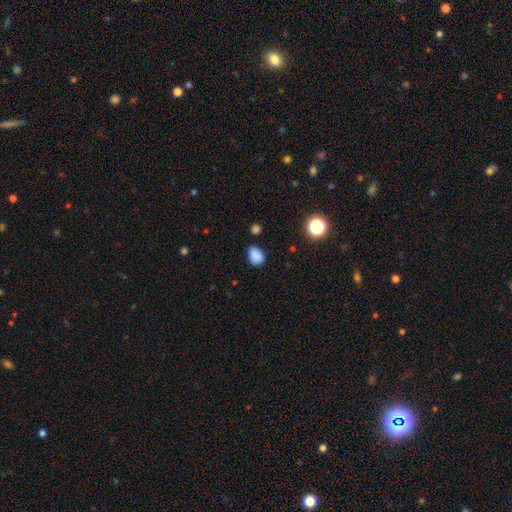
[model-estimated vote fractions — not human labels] A smooth galaxy with no disk features (85%) that is in between round and cigar-shaped (73%).

Vote fractions:
- Smooth or featured? smooth: 85% / star or artifact: 11% / featured or disk: 4%
- How rounded? in between: 73% / round: 26% / cigar-shaped: 1%
- Merging? none: 73% / minor disturbance: 20% / major disturbance: 4% / merger: 3%